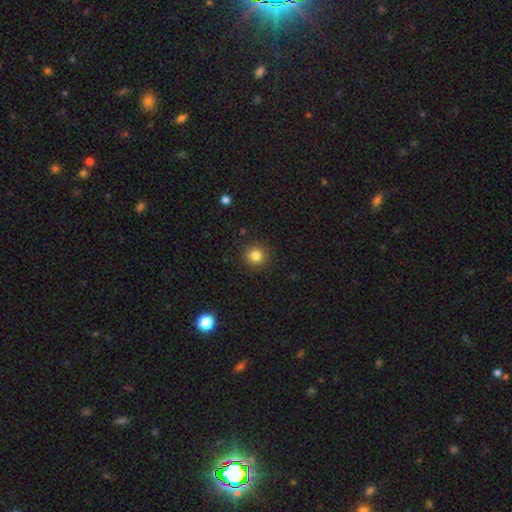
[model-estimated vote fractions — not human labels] smooth_or_featured: smooth (p=0.83) [alt: star or artifact p=0.12]
how_rounded: round (p=0.94) [alt: in between p=0.06]
merging: none (p=0.90) [alt: minor disturbance p=0.07]